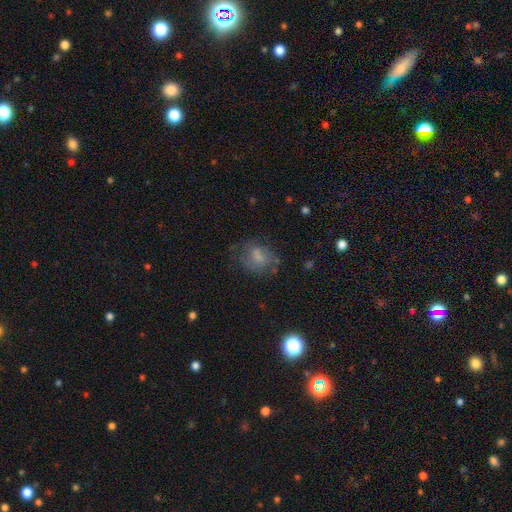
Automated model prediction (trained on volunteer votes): This is possibly a smooth galaxy (57%). How rounded: likely in between (65%). Merging: likely none (60%).